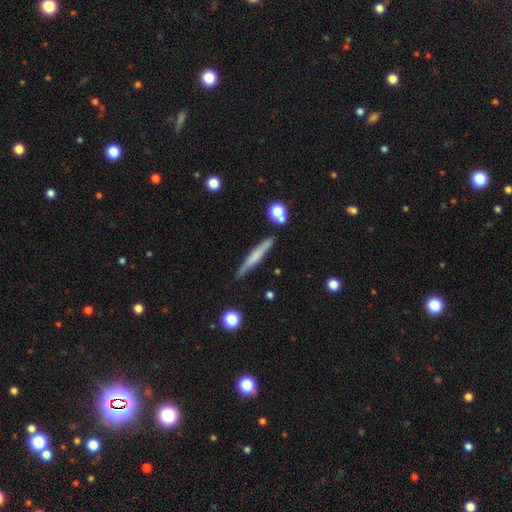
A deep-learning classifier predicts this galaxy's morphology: Smooth or featured? smooth (54%)
How rounded? cigar-shaped (94%)
Merging? none (82%)